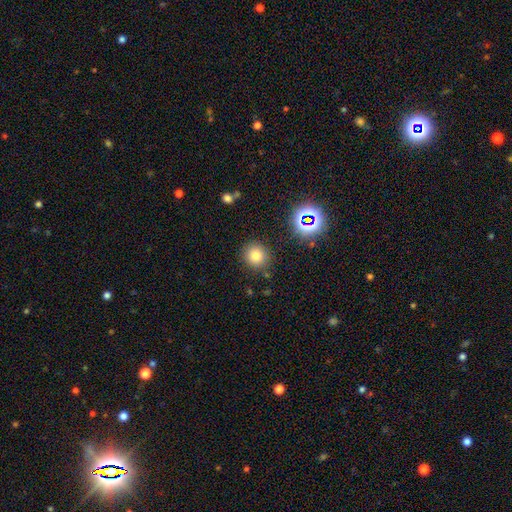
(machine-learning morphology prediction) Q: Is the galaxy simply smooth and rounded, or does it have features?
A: smooth — 76%.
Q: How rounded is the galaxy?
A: round — 91%.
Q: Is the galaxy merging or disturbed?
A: none — 87%.